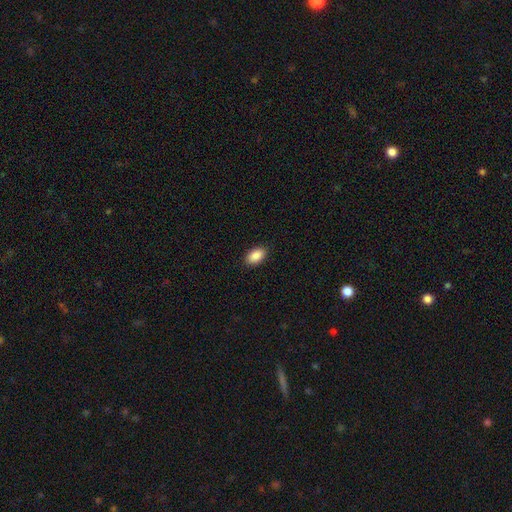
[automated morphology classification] Smooth or featured? smooth (89%)
How rounded? in between (93%)
Merging? none (90%)